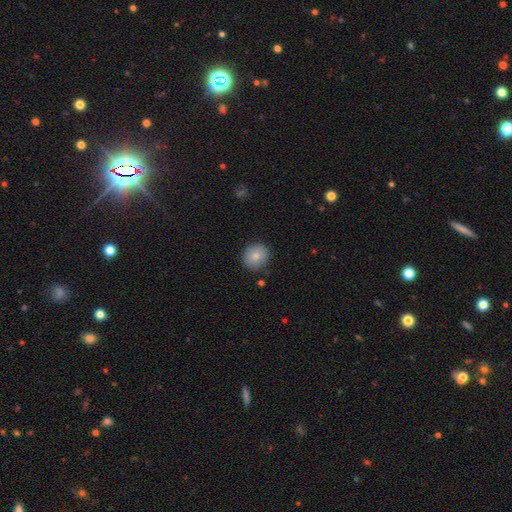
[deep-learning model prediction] A smooth galaxy with no disk features (81%) that is round (81%).

Vote fractions:
- Smooth or featured? smooth: 81% / featured or disk: 10% / star or artifact: 8%
- How rounded? round: 81% / in between: 18% / cigar-shaped: 1%
- Merging? none: 85% / minor disturbance: 11% / major disturbance: 2% / merger: 2%